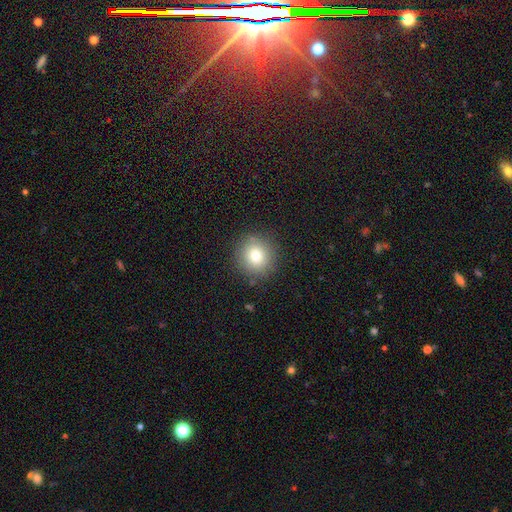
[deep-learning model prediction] Smooth or featured? Predicted: smooth (p=0.78). How rounded? Predicted: round (p=0.91). Merging? Predicted: none (p=0.87).